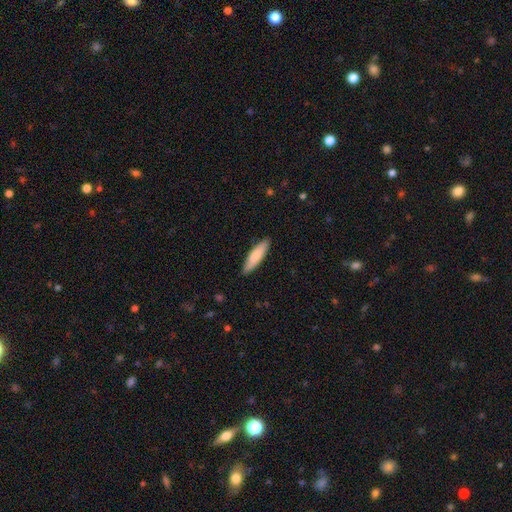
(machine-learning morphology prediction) The model was most divided on "how rounded": cigar-shaped: 71%, in between: 28%, round: 1%. More confident: merging — none (88%); smooth or featured — smooth (81%).